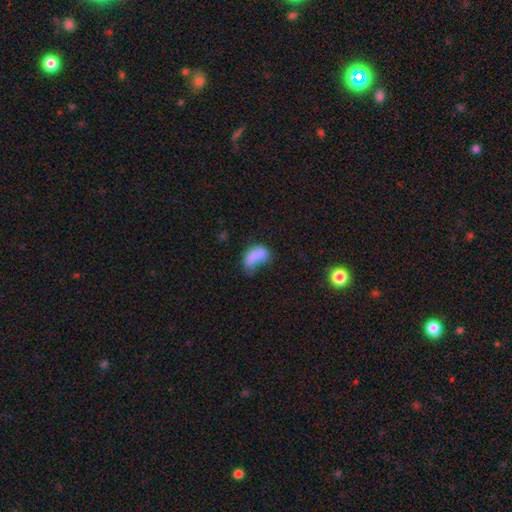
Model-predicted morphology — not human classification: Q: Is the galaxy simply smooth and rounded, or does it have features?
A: smooth — 71%.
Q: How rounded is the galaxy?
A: in between — 87%.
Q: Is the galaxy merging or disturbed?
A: major disturbance — 30%.